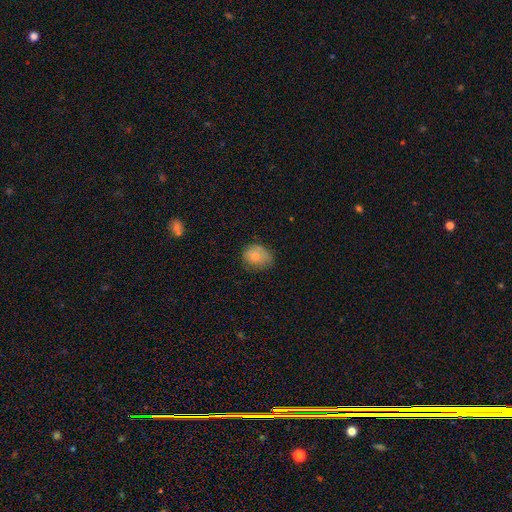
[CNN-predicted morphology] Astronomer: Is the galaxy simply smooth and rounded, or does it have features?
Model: smooth — 77%.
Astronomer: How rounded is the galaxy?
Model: round — 51% (runner-up: in between, 48%).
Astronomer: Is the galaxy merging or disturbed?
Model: none — 54% (runner-up: minor disturbance, 33%).